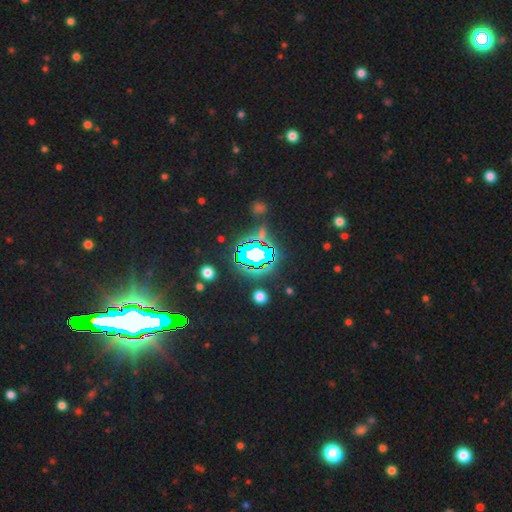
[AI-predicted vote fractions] smooth-or-featured: star or artifact: 78% | smooth: 12% | featured or disk: 10%